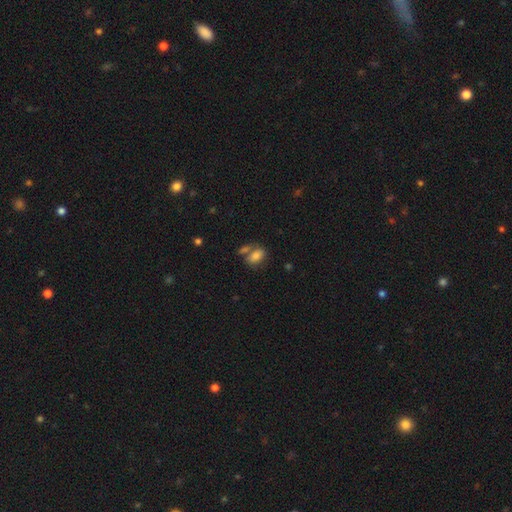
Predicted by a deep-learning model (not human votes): Smooth or featured? smooth (81%)
How rounded? in between (87%)
Merging? none (50%)